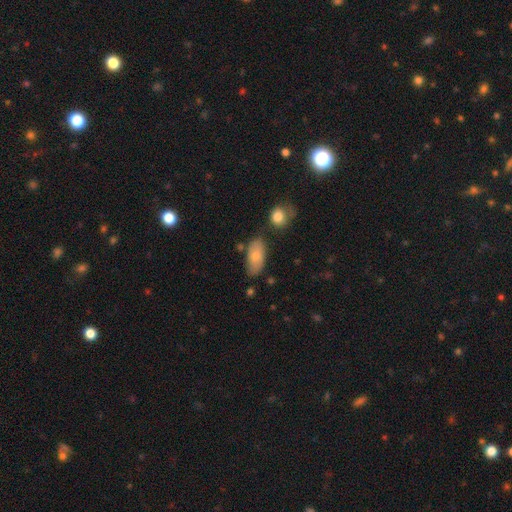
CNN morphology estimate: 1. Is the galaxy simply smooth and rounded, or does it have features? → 75% smooth, 18% featured or disk, 7% star or artifact.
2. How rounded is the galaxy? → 92% in between, 5% cigar-shaped, 4% round.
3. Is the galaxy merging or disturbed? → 68% none, 20% minor disturbance, 8% merger, 5% major disturbance.